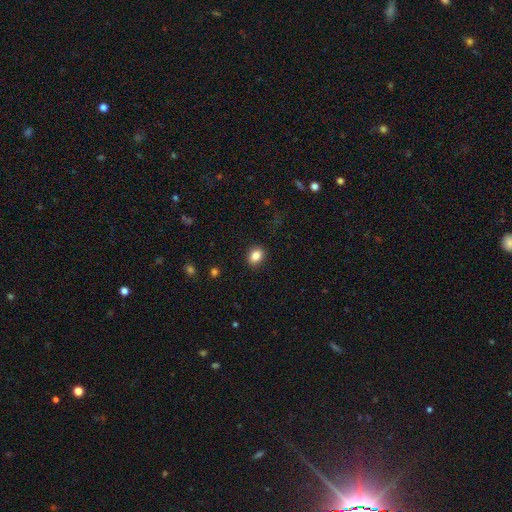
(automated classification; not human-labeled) Morphology: type=smooth (85%); roundness=in between (58%); merging=none (88%).